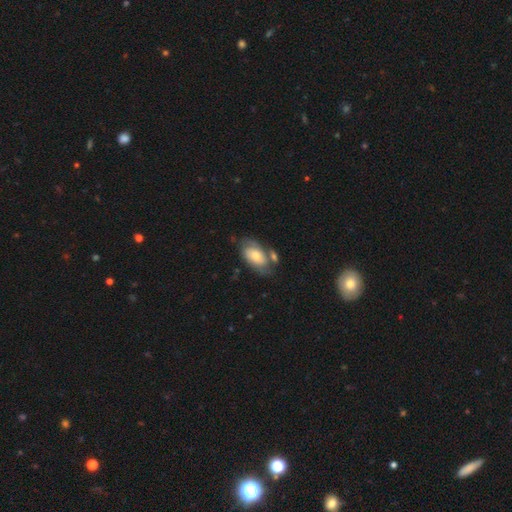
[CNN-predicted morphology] This appears to be a smooth galaxy with no disk features (49%). Merging: none (47%).